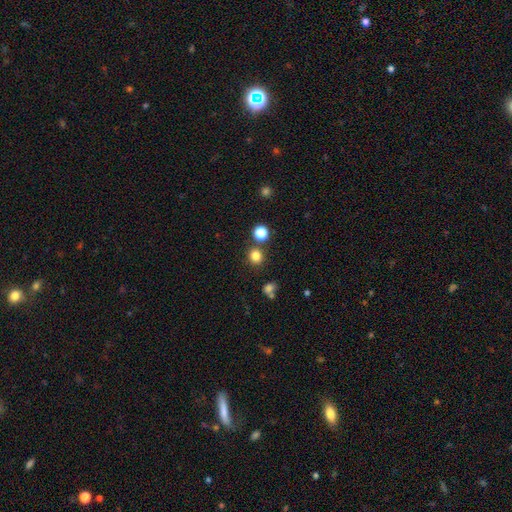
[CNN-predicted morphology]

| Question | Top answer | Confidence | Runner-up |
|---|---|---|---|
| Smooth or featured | smooth | 80% | star or artifact (15%) |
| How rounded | round | 87% | in between (12%) |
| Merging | none | 80% | merger (9%) |